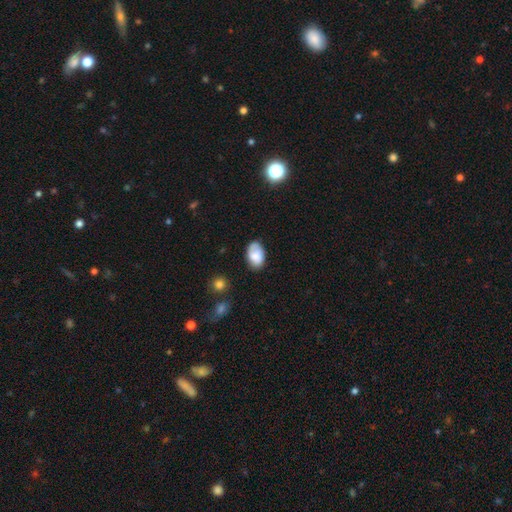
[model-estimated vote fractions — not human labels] Overall: smooth (74%). How rounded: in between (89%). Merging: none (65%; minor disturbance 25%).